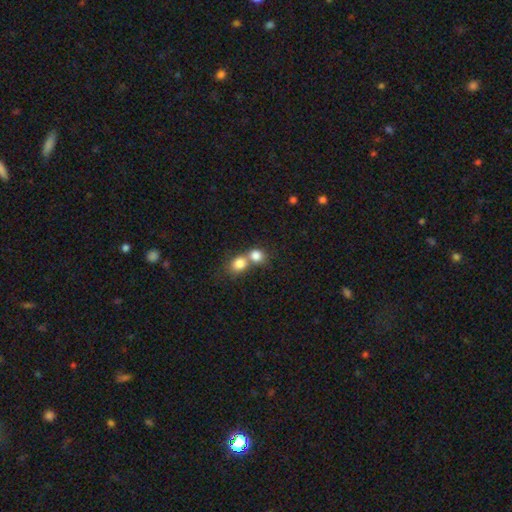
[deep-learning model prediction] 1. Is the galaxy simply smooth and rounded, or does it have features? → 81% smooth, 10% star or artifact, 9% featured or disk.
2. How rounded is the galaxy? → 71% round, 28% in between, 1% cigar-shaped.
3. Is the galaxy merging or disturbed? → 62% merger, 30% none, 5% minor disturbance, 3% major disturbance.